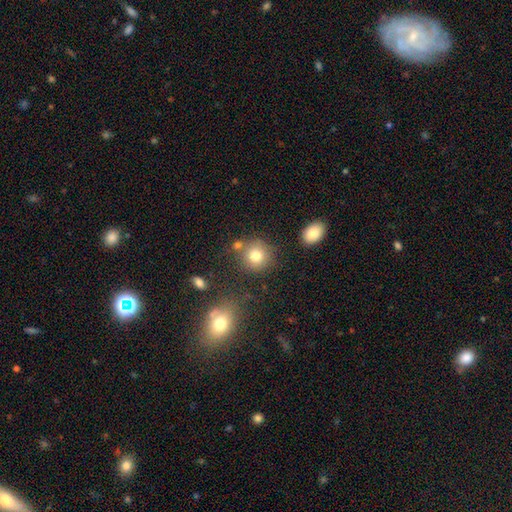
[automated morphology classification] Q: Smooth or featured?
A: smooth (79%); runner-up: star or artifact (12%)
Q: How rounded?
A: round (89%); runner-up: in between (10%)
Q: Merging?
A: none (73%); runner-up: merger (12%)